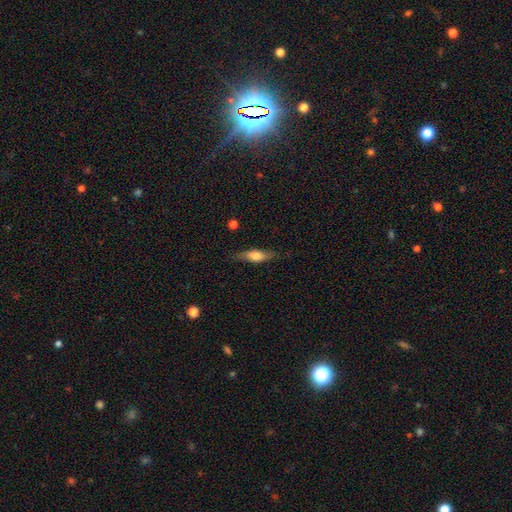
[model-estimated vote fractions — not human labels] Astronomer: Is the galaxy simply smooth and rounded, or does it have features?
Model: smooth — 56% (runner-up: featured or disk, 37%).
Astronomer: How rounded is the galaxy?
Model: cigar-shaped — 54% (runner-up: in between, 43%).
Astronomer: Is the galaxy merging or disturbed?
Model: none — 79%.